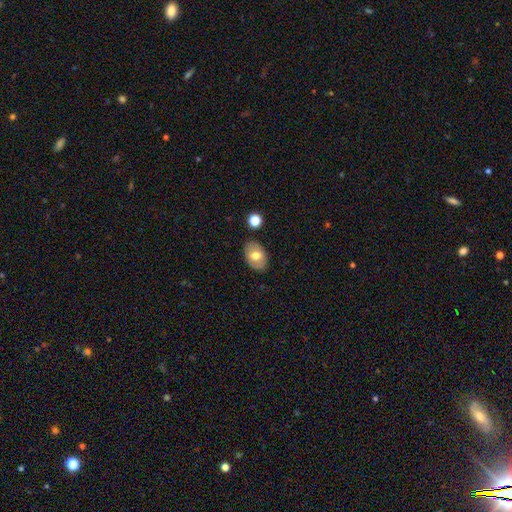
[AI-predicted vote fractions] Smooth or featured?
  - smooth: 68% *
  - featured or disk: 24%
  - star or artifact: 8%
How rounded?
  - in between: 83% *
  - round: 16%
  - cigar-shaped: 1%
Merging?
  - none: 84% *
  - minor disturbance: 11%
  - merger: 3%
  - major disturbance: 2%